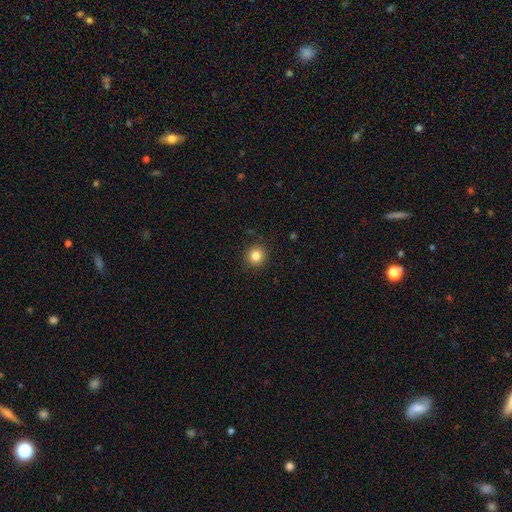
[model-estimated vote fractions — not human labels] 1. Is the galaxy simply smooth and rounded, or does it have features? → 84% smooth, 11% star or artifact, 5% featured or disk.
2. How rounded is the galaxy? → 93% round, 6% in between, 1% cigar-shaped.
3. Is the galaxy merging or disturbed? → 90% none, 7% minor disturbance, 2% major disturbance, 1% merger.